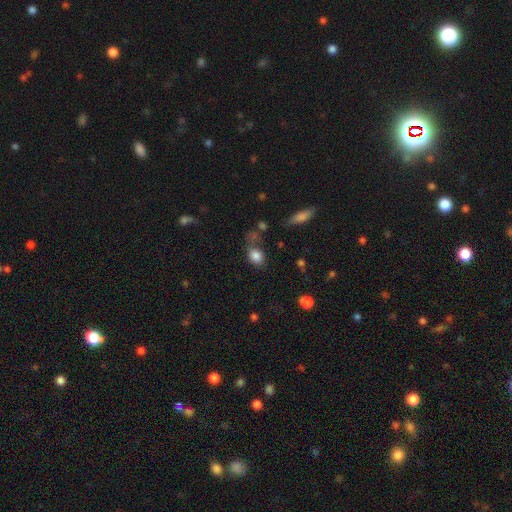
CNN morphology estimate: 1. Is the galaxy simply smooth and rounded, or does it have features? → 83% smooth, 10% star or artifact, 7% featured or disk.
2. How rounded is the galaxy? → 57% in between, 41% round, 2% cigar-shaped.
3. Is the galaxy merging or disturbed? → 55% none, 23% minor disturbance, 11% major disturbance, 11% merger.